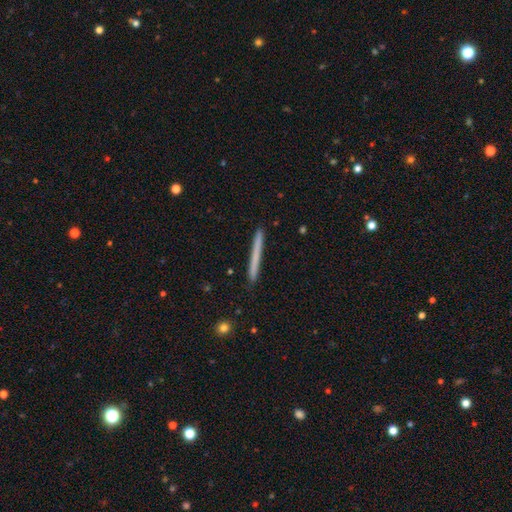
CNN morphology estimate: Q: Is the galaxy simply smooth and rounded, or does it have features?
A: smooth — 63%.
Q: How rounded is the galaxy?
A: cigar-shaped — 97%.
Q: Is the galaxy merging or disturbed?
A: none — 92%.